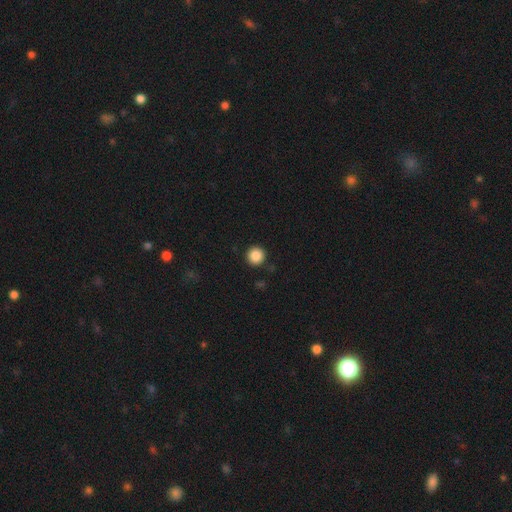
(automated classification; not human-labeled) This is clearly a smooth galaxy (87%). How rounded: clearly round (96%). Merging: clearly none (92%).